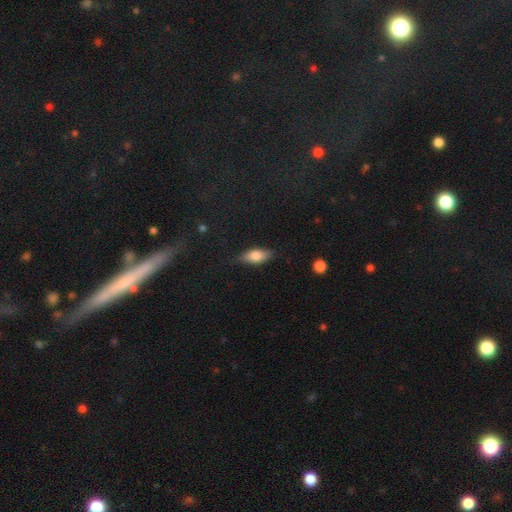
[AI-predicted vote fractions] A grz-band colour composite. It shows a smooth galaxy with no disk features (71%) that is in between round and cigar-shaped (78%). Merging: none (78%).